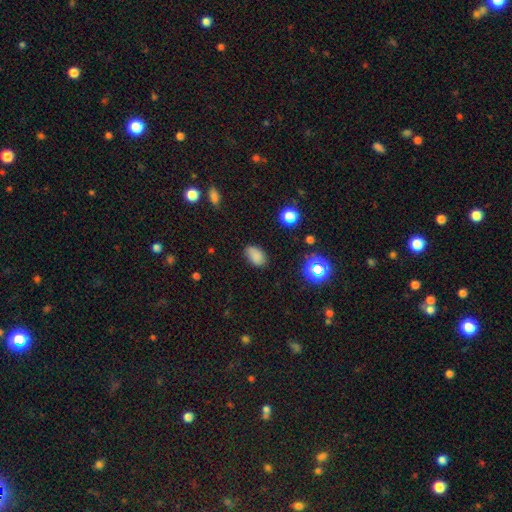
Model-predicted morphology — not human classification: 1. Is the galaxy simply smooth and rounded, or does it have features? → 80% smooth, 14% star or artifact, 6% featured or disk.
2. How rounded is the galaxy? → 88% in between, 11% round, 1% cigar-shaped.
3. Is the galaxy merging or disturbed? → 76% none, 18% minor disturbance, 4% major disturbance, 2% merger.